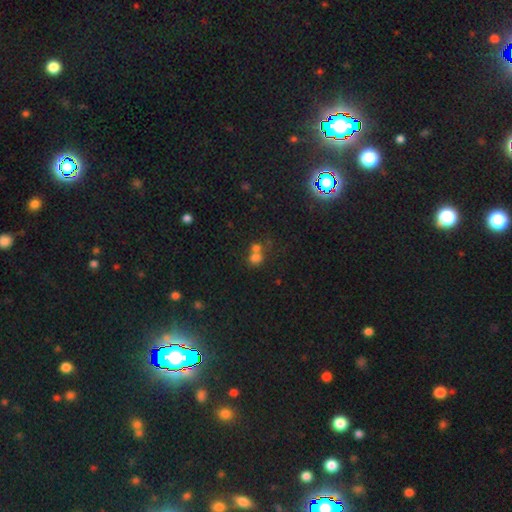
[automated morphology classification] type=smooth (69%); roundness=round (70%); merging=merger (57%).